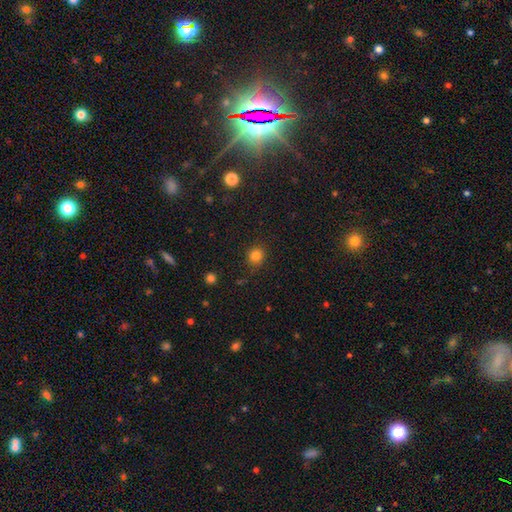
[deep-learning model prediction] smooth_or_featured: smooth (p=0.82) [alt: star or artifact p=0.13]
how_rounded: round (p=0.83) [alt: in between p=0.16]
merging: none (p=0.83) [alt: minor disturbance p=0.12]